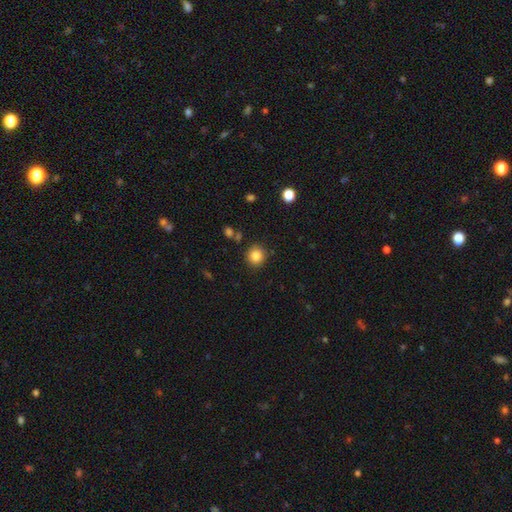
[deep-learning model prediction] smooth_or_featured: smooth (p=0.84) [alt: star or artifact p=0.10]
how_rounded: round (p=0.88) [alt: in between p=0.11]
merging: none (p=0.88) [alt: minor disturbance p=0.07]